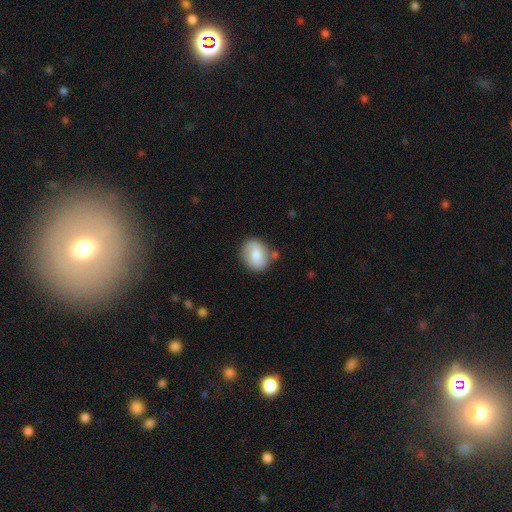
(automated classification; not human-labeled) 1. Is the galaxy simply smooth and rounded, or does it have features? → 71% smooth, 22% featured or disk, 7% star or artifact.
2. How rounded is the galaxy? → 52% round, 47% in between, 1% cigar-shaped.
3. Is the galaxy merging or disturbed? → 75% none, 16% minor disturbance, 5% merger, 4% major disturbance.